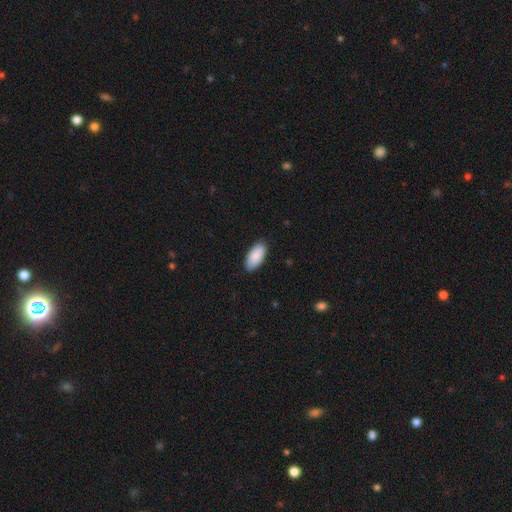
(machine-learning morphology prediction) smooth 89%, star or artifact 6%, featured or disk 5%. Down the decision tree: how rounded — in between (93%); merging — none (87%).